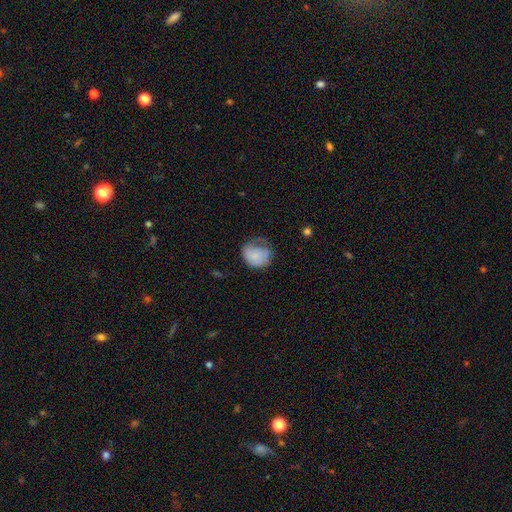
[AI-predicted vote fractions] smooth_or_featured: smooth (p=0.71) [alt: featured or disk p=0.21]
how_rounded: round (p=0.60) [alt: in between p=0.39]
merging: minor disturbance (p=0.35) [tied with: none p=0.35]